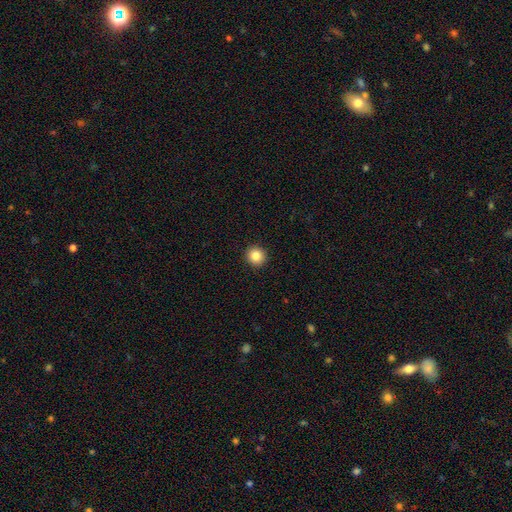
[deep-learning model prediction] Smooth or featured? Predicted: smooth (p=0.85). How rounded? Predicted: round (p=0.92). Merging? Predicted: none (p=0.93).